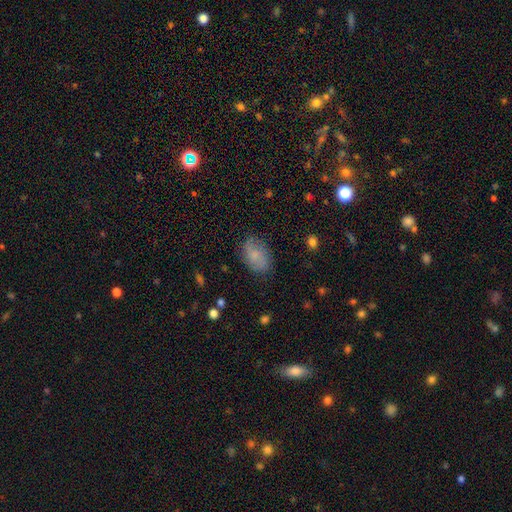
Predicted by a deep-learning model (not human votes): smooth-or-featured: smooth: 59% | featured or disk: 31% | star or artifact: 9%
  how-rounded: in between: 85% | round: 14% | cigar-shaped: 2%
  merging: none: 75% | minor disturbance: 18% | major disturbance: 5% | merger: 1%